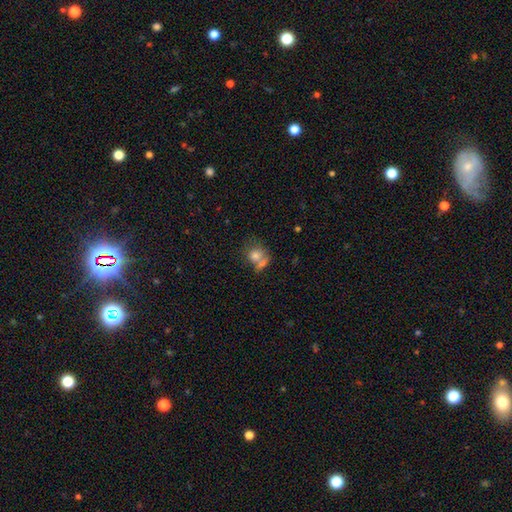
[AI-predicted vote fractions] Smooth or featured?
  - smooth: 76% *
  - featured or disk: 15%
  - star or artifact: 9%
How rounded?
  - round: 68% *
  - in between: 31%
  - cigar-shaped: 2%
Merging?
  - merger: 46% *
  - none: 34%
  - minor disturbance: 13%
  - major disturbance: 8%